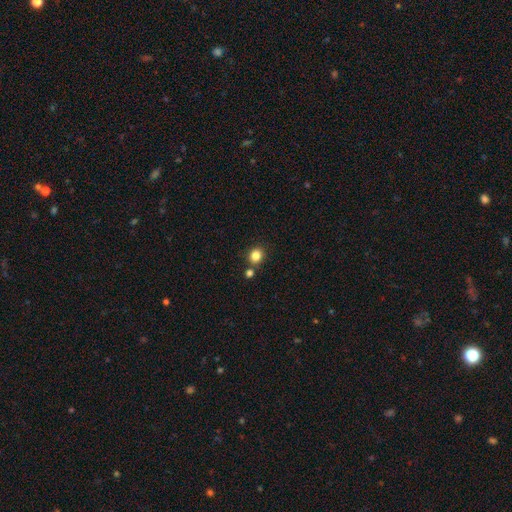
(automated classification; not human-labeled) This appears to be a smooth galaxy with no disk features (83%) that is round (76%). Merging: none (77%).